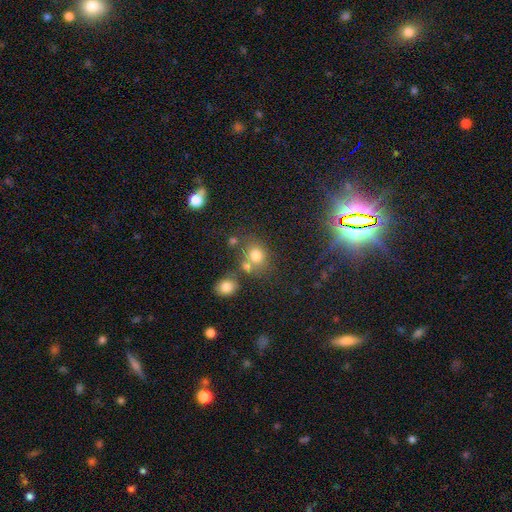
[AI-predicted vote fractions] A smooth galaxy with no disk features (75%) that is round (68%). Merging: none (56%).